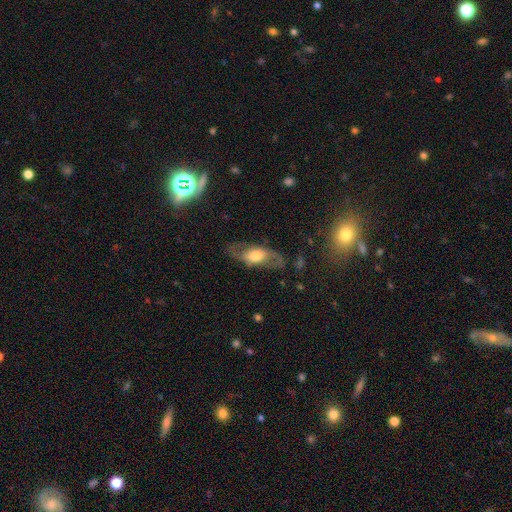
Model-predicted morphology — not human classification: smooth-or-featured: featured or disk: 59% | smooth: 34% | star or artifact: 7%
  disk-edge-on: no: 78% | yes: 22%
  merging: none: 71% | minor disturbance: 16% | major disturbance: 11% | merger: 2%